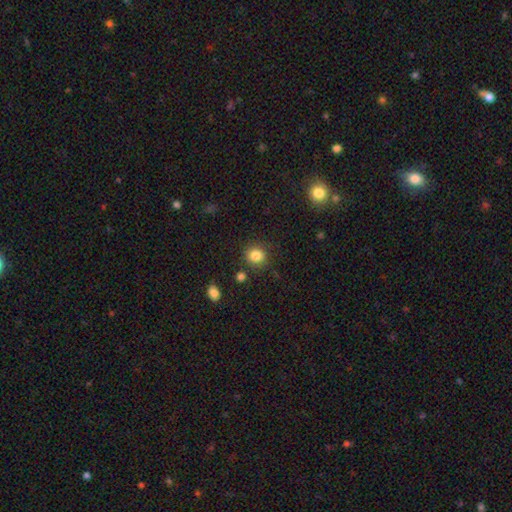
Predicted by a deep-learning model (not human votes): Q: Smooth or featured?
A: smooth (84%); runner-up: star or artifact (11%)
Q: How rounded?
A: round (83%); runner-up: in between (16%)
Q: Merging?
A: none (83%); runner-up: minor disturbance (10%)